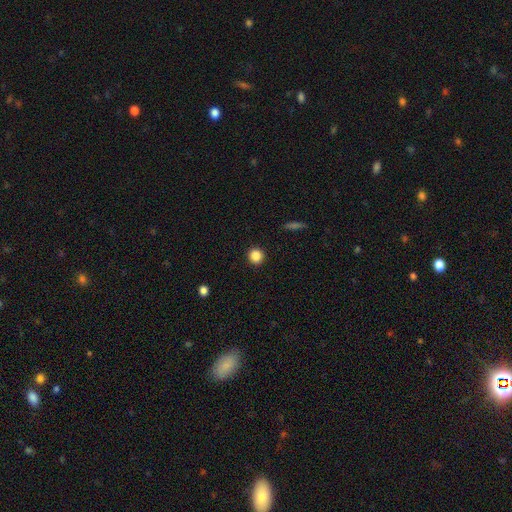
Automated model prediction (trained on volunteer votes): This appears to be a smooth galaxy with no disk features (86%) that is round (93%). Merging: none (93%).